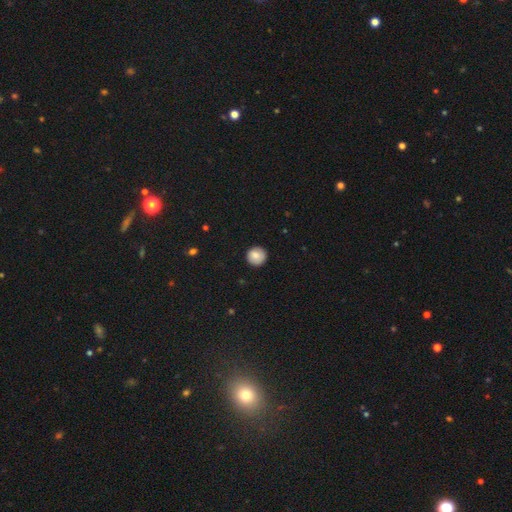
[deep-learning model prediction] This is clearly a smooth galaxy (84%). How rounded: clearly round (95%). Merging: clearly none (89%).